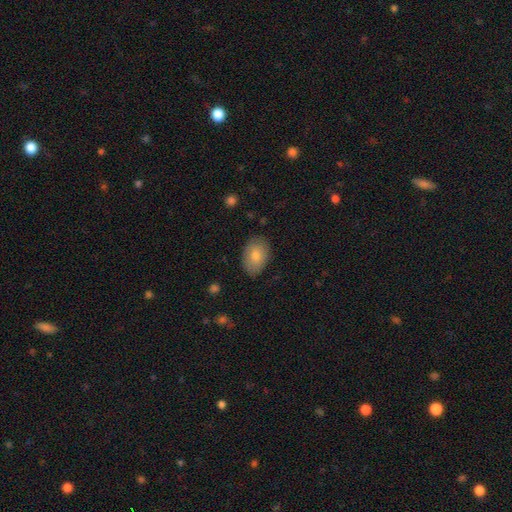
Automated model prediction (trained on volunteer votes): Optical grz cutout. It shows a smooth galaxy with no disk features (78%) that is in between round and cigar-shaped (88%). Merging: none (81%).